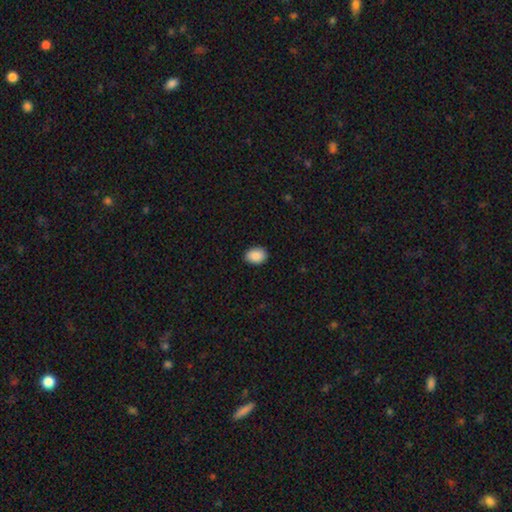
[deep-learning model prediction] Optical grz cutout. It shows a smooth galaxy with no disk features (89%) that is in between round and cigar-shaped (73%). Merging: none (88%).